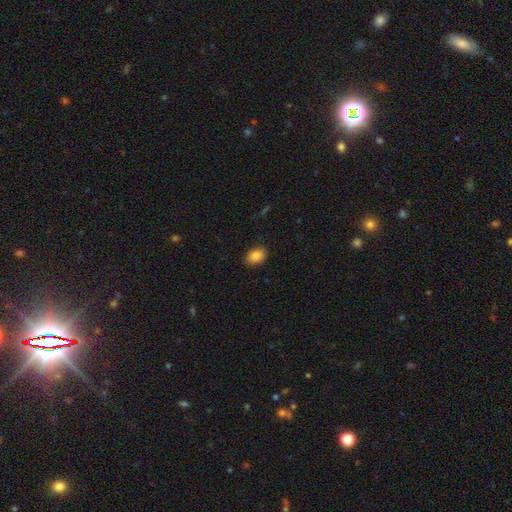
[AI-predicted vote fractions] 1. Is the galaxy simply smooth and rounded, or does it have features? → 86% smooth, 8% star or artifact, 6% featured or disk.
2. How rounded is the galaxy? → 77% in between, 22% round, 1% cigar-shaped.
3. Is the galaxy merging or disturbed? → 87% none, 10% minor disturbance, 2% major disturbance, 1% merger.